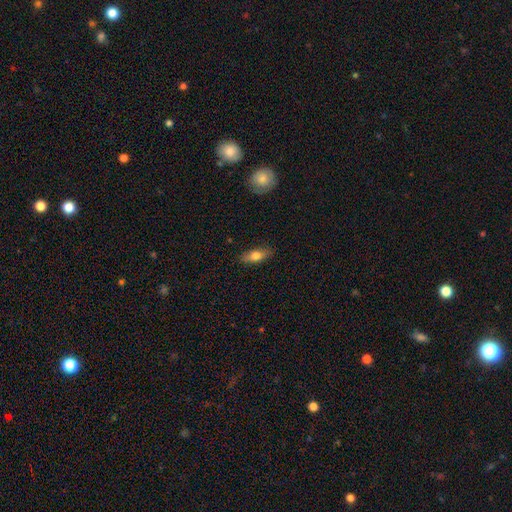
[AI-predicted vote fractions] A smooth galaxy with no disk features (71%) that is in between round and cigar-shaped (69%). Merging: none (85%).